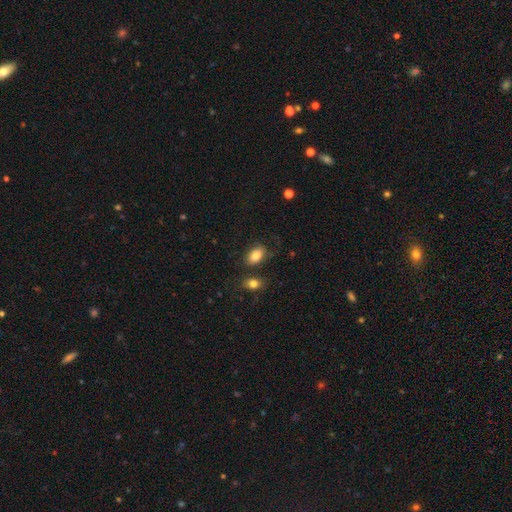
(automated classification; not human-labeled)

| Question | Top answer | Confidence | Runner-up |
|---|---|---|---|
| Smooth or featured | smooth | 85% | star or artifact (8%) |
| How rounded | in between | 90% | round (8%) |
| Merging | none | 72% | minor disturbance (16%) |